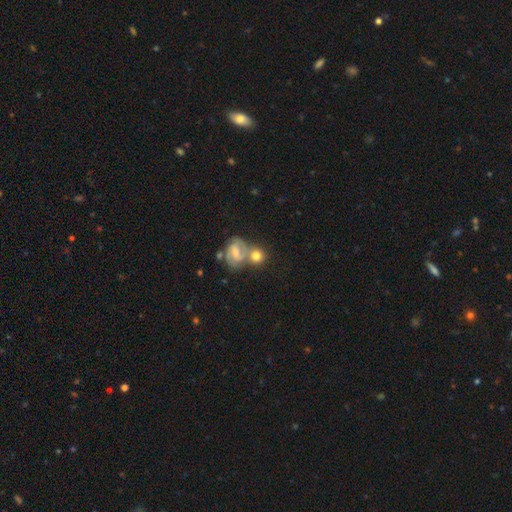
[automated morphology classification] The model was most divided on "merging": merger: 43%, none: 41%, minor disturbance: 11%, major disturbance: 5%. More confident: how rounded — round (76%); smooth or featured — smooth (58%).